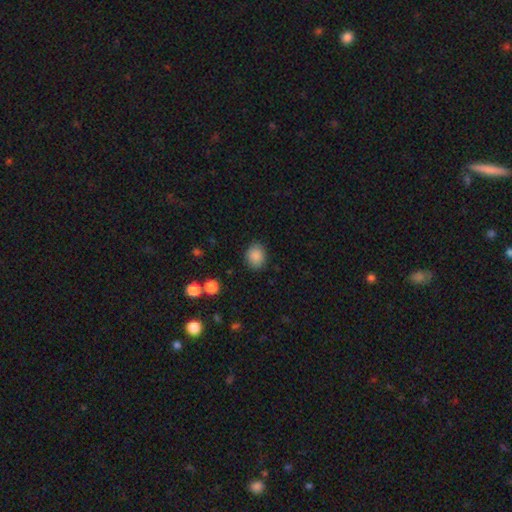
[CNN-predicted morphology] Smooth or featured? Predicted: smooth (p=0.87). How rounded? Predicted: round (p=0.58). Merging? Predicted: none (p=0.86).